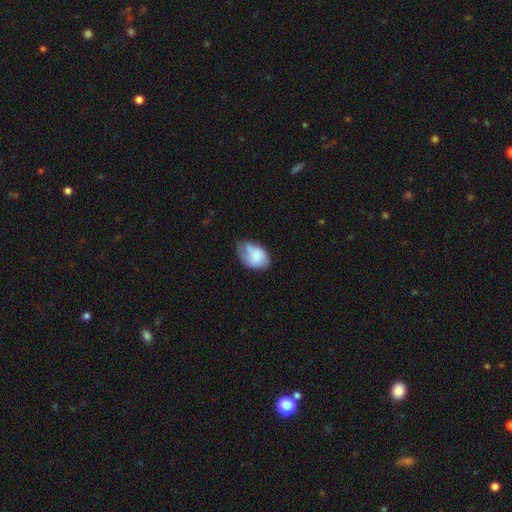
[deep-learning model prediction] A smooth galaxy with no disk features (73%) that is in between round and cigar-shaped (83%). Merging: minor disturbance (42%).